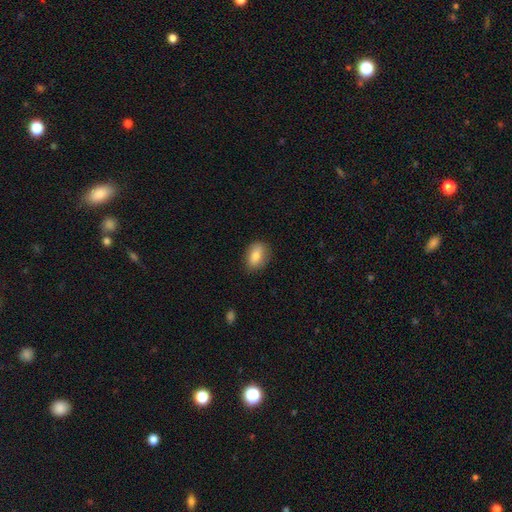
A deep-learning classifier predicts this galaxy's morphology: A smooth galaxy with no disk features (80%) that is in between round and cigar-shaped (78%). Merging: none (82%).